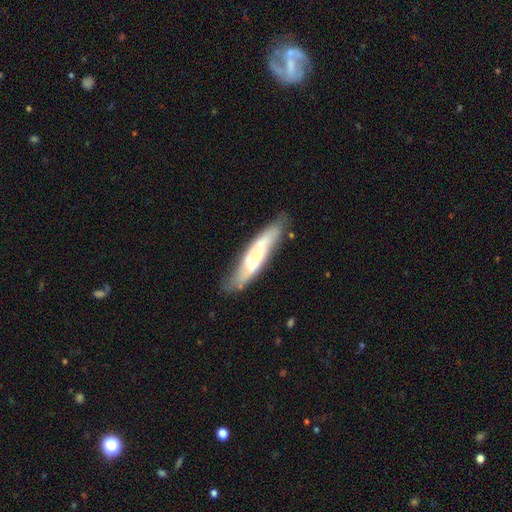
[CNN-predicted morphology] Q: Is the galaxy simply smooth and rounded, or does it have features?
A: featured or disk — 62%.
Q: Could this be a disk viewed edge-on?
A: no — 63%.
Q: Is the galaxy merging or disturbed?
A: none — 73%.